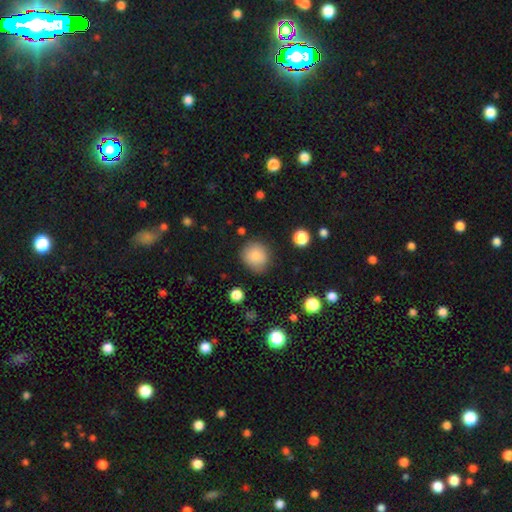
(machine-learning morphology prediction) This appears to be a smooth galaxy with no disk features (83%) that is round (87%). Merging: none (81%).